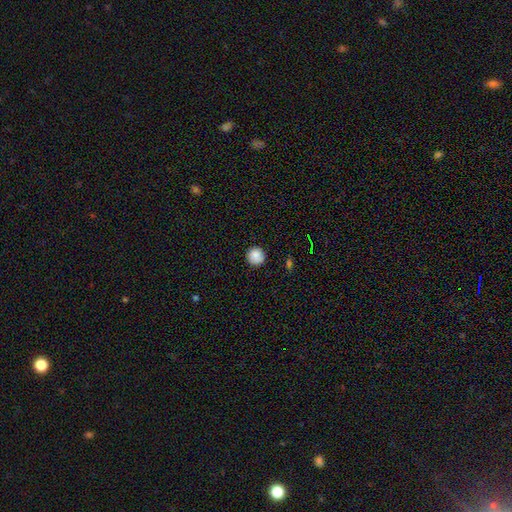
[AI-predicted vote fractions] Smooth or featured: smooth — 87% (star or artifact — 9%)
How rounded: round — 96% (in between — 4%)
Merging: none — 90% (minor disturbance — 7%)